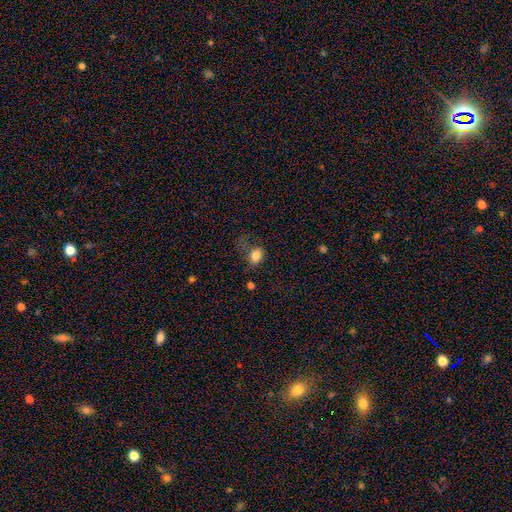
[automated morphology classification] A smooth galaxy with no disk features (82%) that is in between round and cigar-shaped (58%). Merging: none (51%).